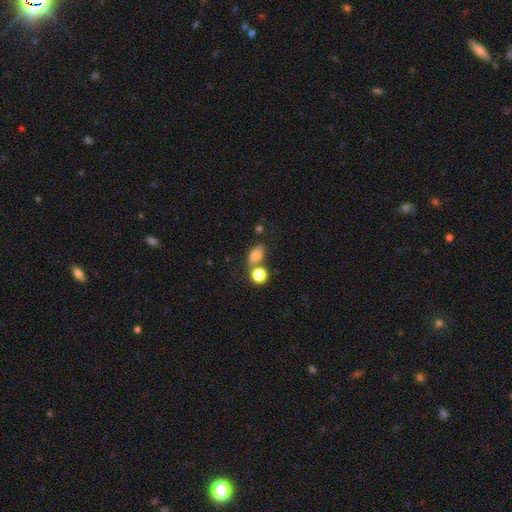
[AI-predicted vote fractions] Smooth or featured: smooth — 77% (star or artifact — 12%)
How rounded: in between — 74% (round — 22%)
Merging: none — 52% (merger — 28%)